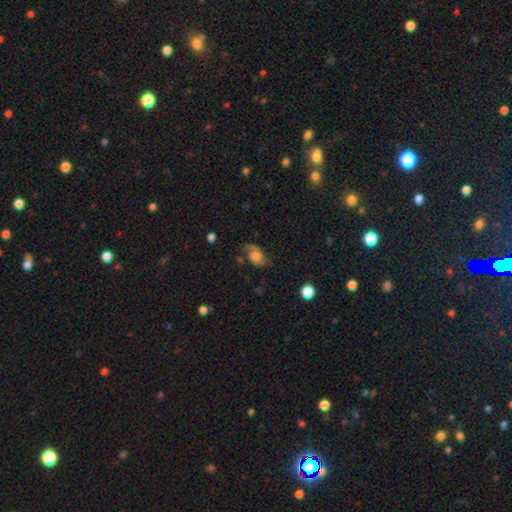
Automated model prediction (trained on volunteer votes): This appears to be a featured or disk galaxy (51%). Merging: none (57%).